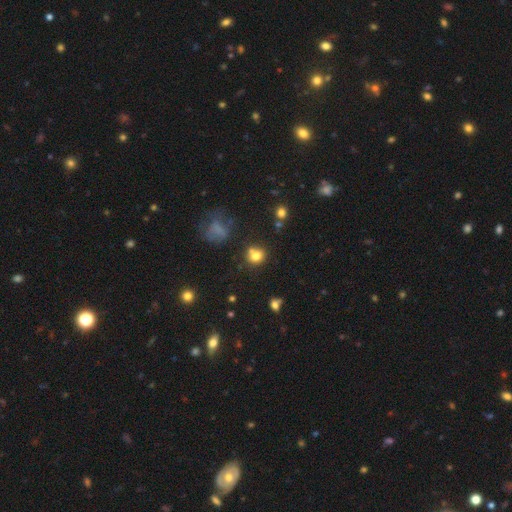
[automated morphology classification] Smooth or featured?
  - smooth: 76% *
  - star or artifact: 14%
  - featured or disk: 10%
How rounded?
  - round: 81% *
  - in between: 18%
  - cigar-shaped: 1%
Merging?
  - none: 61% *
  - merger: 22%
  - minor disturbance: 13%
  - major disturbance: 4%